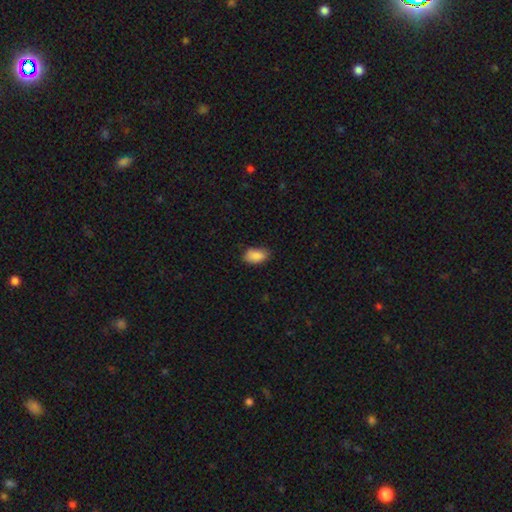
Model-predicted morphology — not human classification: This is clearly a smooth galaxy (88%). How rounded: clearly in between (92%). Merging: likely none (76%).